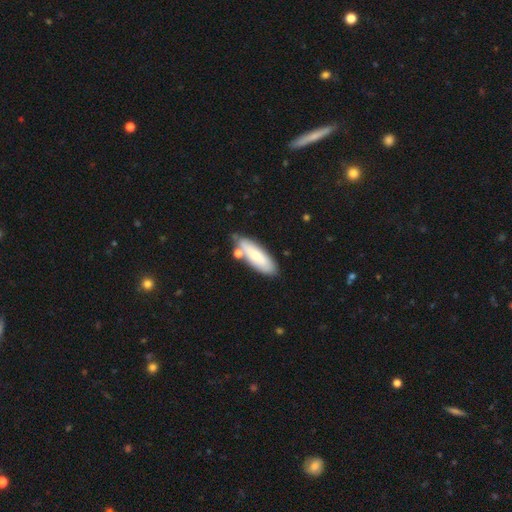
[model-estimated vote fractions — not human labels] Q: Smooth or featured?
A: smooth (67%); runner-up: featured or disk (27%)
Q: How rounded?
A: in between (55%); runner-up: cigar-shaped (43%)
Q: Merging?
A: none (71%); runner-up: minor disturbance (15%)